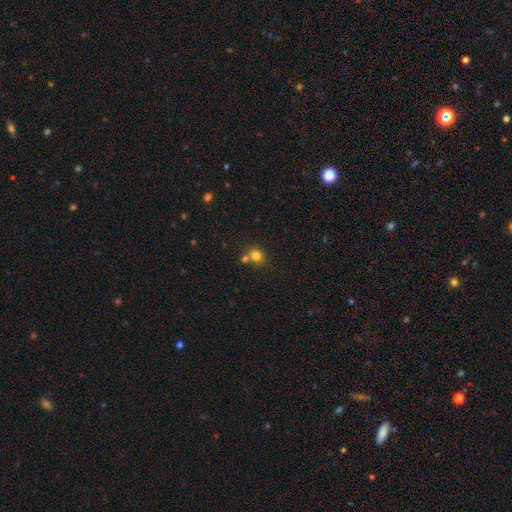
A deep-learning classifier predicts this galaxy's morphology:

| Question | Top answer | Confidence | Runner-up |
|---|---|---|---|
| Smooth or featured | smooth | 79% | star or artifact (13%) |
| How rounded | round | 79% | in between (20%) |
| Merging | none | 58% | merger (30%) |